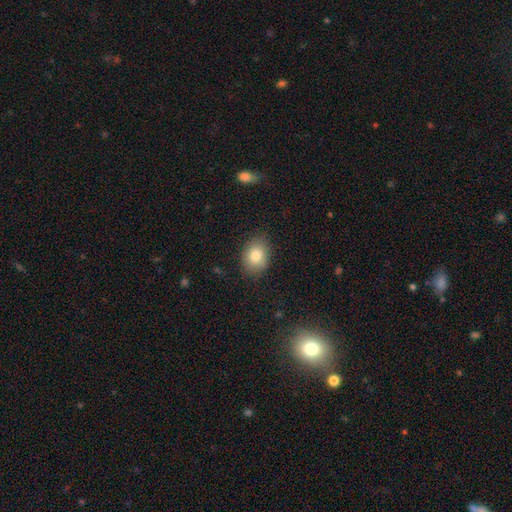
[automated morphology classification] smooth 81%, featured or disk 10%, star or artifact 9%. Down the decision tree: how rounded — in between (60%); merging — none (81%).